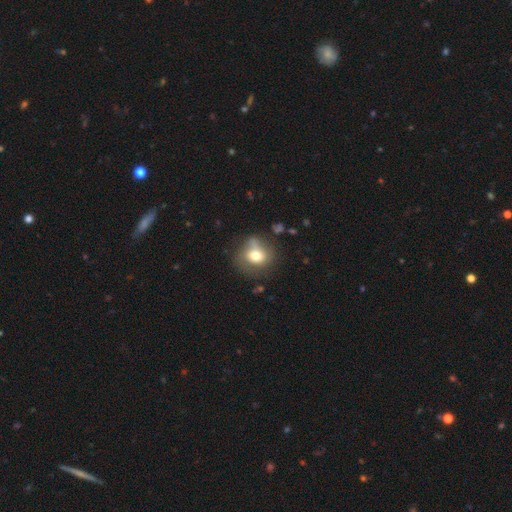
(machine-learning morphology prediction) A smooth galaxy with no disk features (70%) that is round (69%).

Vote fractions:
- Smooth or featured? smooth: 70% / featured or disk: 20% / star or artifact: 10%
- How rounded? round: 69% / in between: 30% / cigar-shaped: 1%
- Merging? none: 54% / minor disturbance: 27% / major disturbance: 14% / merger: 5%